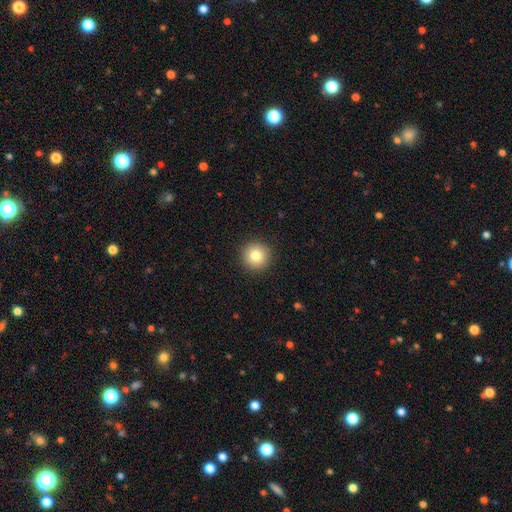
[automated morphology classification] Smooth or featured? Predicted: smooth (p=0.81). How rounded? Predicted: round (p=0.96). Merging? Predicted: none (p=0.92).